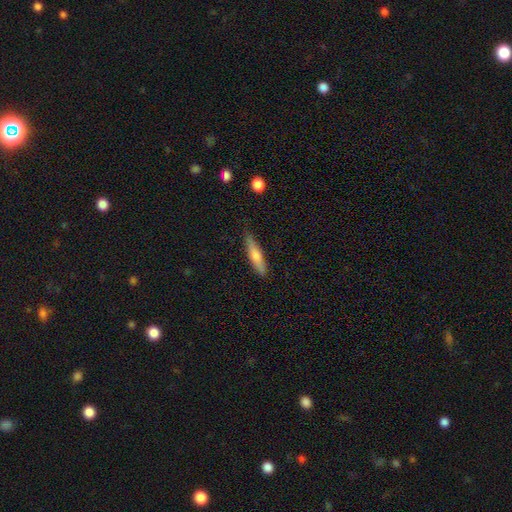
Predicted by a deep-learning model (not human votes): Smooth or featured?
  - smooth: 65% *
  - featured or disk: 29%
  - star or artifact: 6%
How rounded?
  - cigar-shaped: 81% *
  - in between: 17%
  - round: 2%
Merging?
  - none: 84% *
  - minor disturbance: 12%
  - major disturbance: 2%
  - merger: 1%